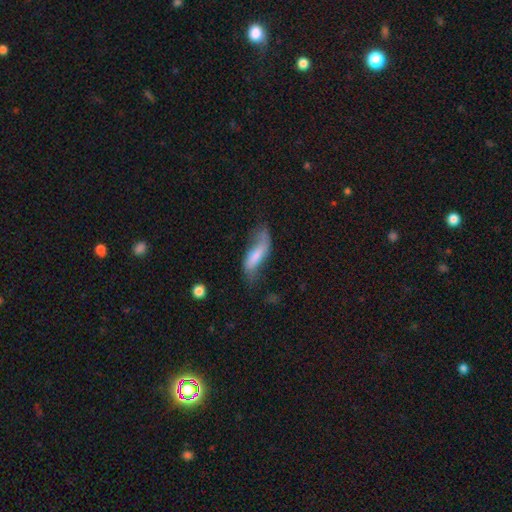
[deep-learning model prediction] Morphology: type=smooth (55%); roundness=in between (49%); merging=none (42%).